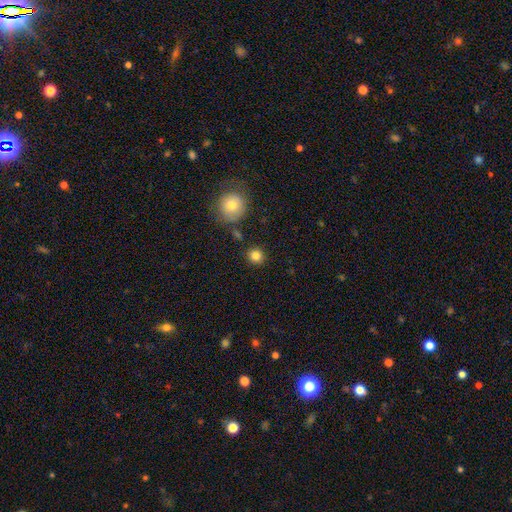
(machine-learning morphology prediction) A smooth galaxy with no disk features (83%) that is round (91%). Merging: none (86%).